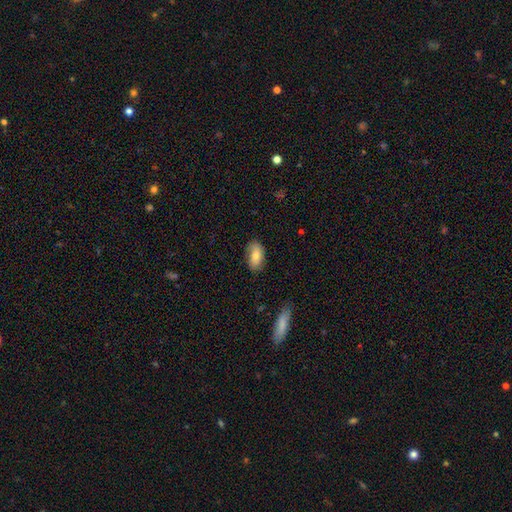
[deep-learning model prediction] This appears to be a smooth galaxy with no disk features (73%) that is in between round and cigar-shaped (92%). Merging: none (78%).